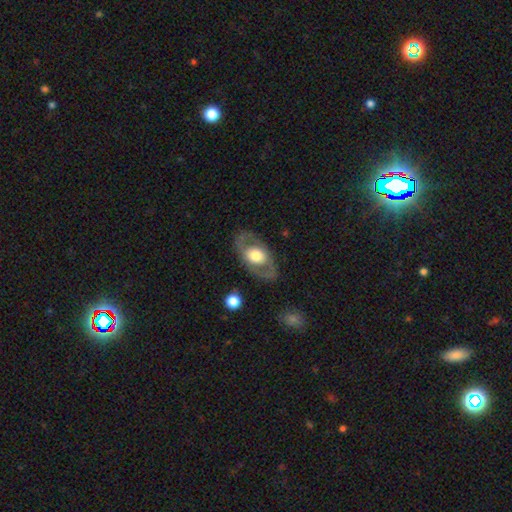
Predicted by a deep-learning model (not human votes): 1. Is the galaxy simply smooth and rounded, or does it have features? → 61% featured or disk, 34% smooth, 5% star or artifact.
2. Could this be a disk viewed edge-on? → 89% no, 11% yes.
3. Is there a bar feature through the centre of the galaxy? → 80% no, 15% weak, 5% strong.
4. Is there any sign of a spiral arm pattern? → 65% no, 35% yes.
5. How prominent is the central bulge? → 48% large, 42% moderate, 5% dominant, 4% small, 1% none.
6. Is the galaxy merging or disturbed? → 80% none, 12% minor disturbance, 7% major disturbance, 1% merger.